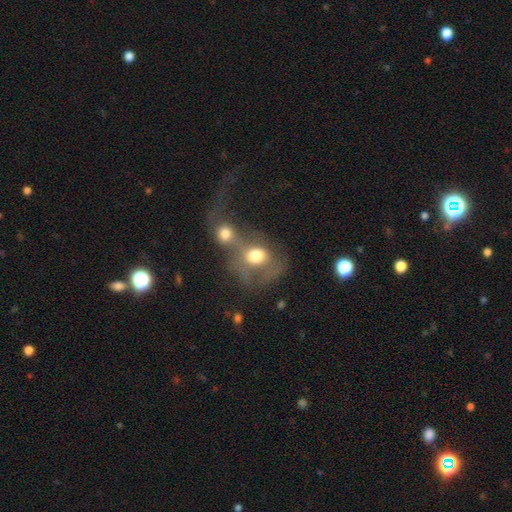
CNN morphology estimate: smooth-or-featured: smooth: 59% | featured or disk: 29% | star or artifact: 11%
  how-rounded: round: 56% | in between: 42% | cigar-shaped: 1%
  merging: merger: 71% | major disturbance: 13% | none: 11% | minor disturbance: 6%